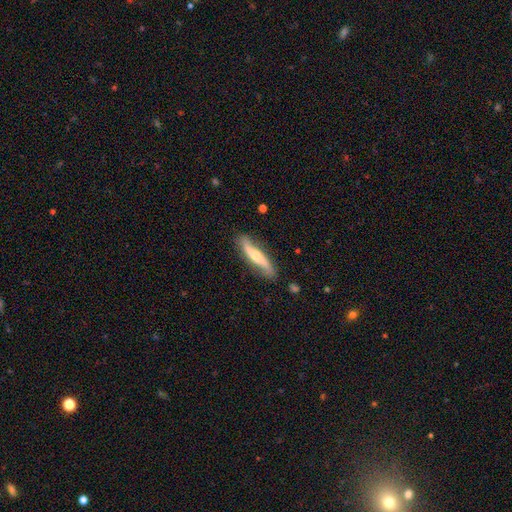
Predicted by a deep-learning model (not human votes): Smooth or featured? Predicted: featured or disk (p=0.67). Edge-on disk? Predicted: yes (p=0.59). Merging? Predicted: none (p=0.82).